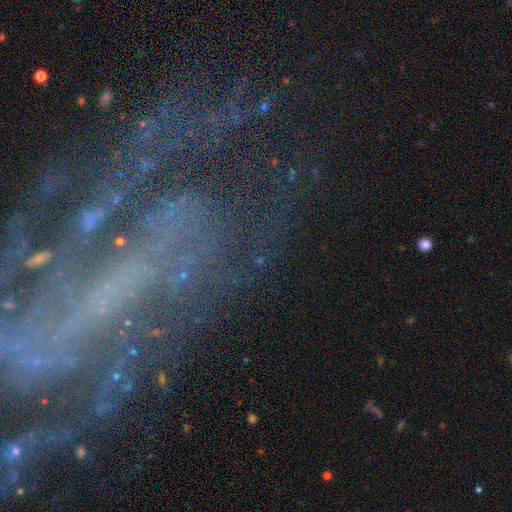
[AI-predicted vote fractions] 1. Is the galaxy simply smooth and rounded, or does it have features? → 74% featured or disk, 16% star or artifact, 10% smooth.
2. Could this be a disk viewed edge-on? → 91% no, 9% yes.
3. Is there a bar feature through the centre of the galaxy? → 42% no, 31% weak, 26% strong.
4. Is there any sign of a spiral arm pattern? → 84% yes, 16% no.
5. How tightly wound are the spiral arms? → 50% tight, 32% medium, 17% loose.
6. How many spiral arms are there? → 34% can't tell, 23% 2, 13% 3, 10% 4, 10% 1, 10% more than 4.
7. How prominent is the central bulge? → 47% small, 32% none, 16% moderate, 3% large, 2% dominant.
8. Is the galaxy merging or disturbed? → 64% none, 16% major disturbance, 16% minor disturbance, 4% merger.